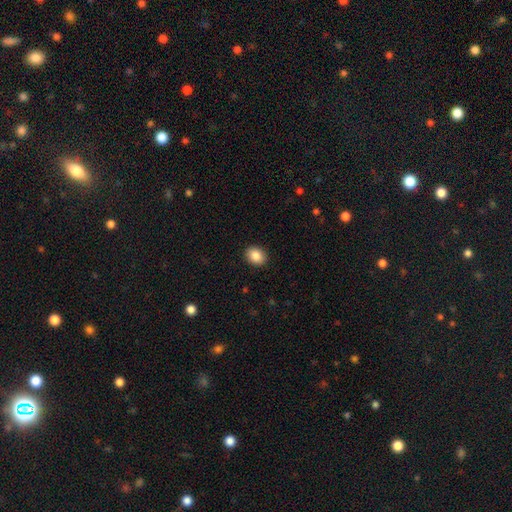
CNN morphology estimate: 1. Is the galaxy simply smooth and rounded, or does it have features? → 87% smooth, 8% star or artifact, 5% featured or disk.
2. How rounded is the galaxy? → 54% in between, 45% round, 1% cigar-shaped.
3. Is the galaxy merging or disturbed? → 91% none, 6% minor disturbance, 2% major disturbance, 1% merger.